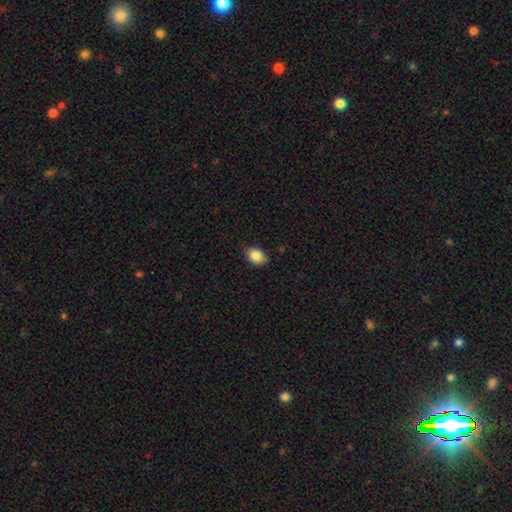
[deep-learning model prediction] A smooth galaxy with no disk features (87%) that is in between round and cigar-shaped (79%). Merging: none (85%).